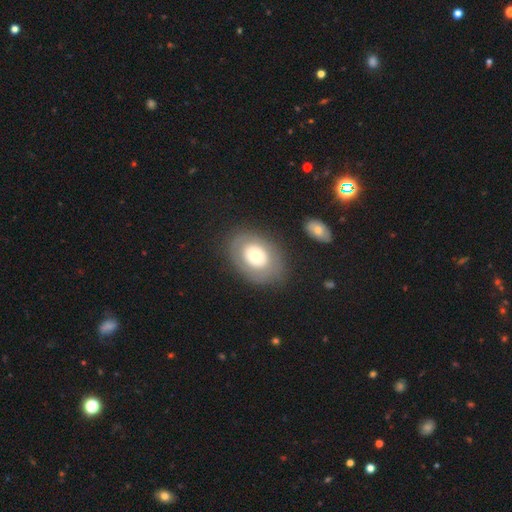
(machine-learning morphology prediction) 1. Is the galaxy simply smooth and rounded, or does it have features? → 52% smooth, 41% featured or disk, 7% star or artifact.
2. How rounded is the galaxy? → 68% in between, 31% round, 1% cigar-shaped.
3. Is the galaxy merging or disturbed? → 78% none, 12% minor disturbance, 7% major disturbance, 3% merger.